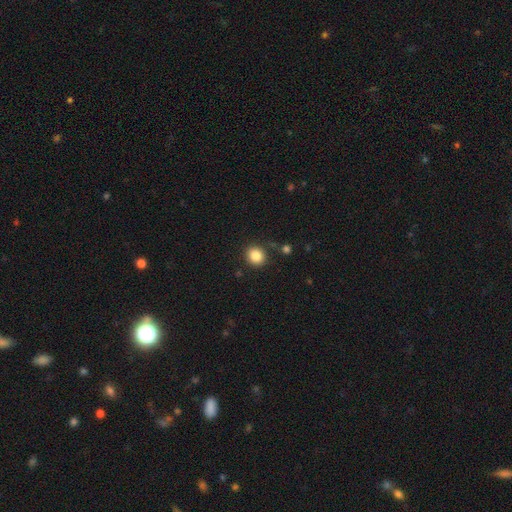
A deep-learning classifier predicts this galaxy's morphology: A smooth galaxy with no disk features (86%) that is round (81%). Merging: none (86%).